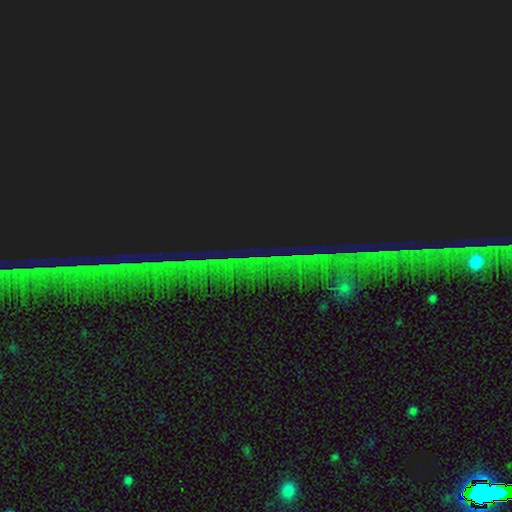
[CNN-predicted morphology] A star or artifact, not a galaxy (84%).